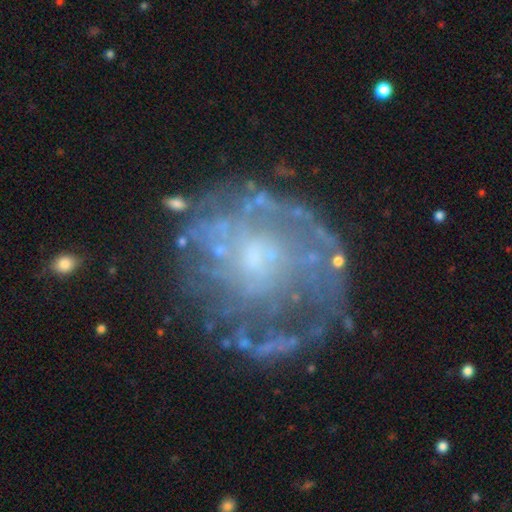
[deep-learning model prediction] Morphology: type=featured or disk (71%); edge-on=no (97%); bar=no (81%); spiral arms=no (56%); bulge=small (48%); merging=none (60%).